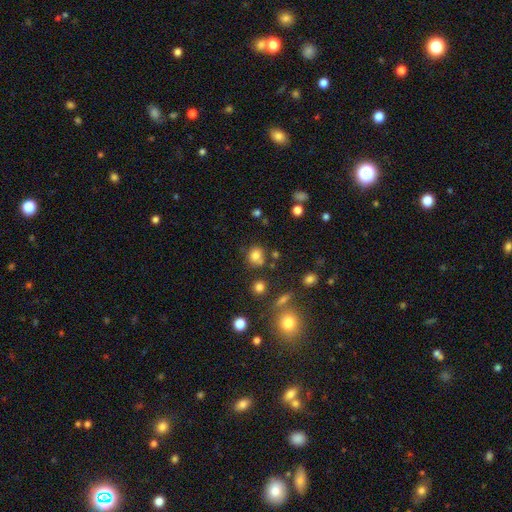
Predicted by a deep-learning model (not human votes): Smooth or featured? Predicted: smooth (p=0.77). How rounded? Predicted: round (p=0.76). Merging? Predicted: none (p=0.66).